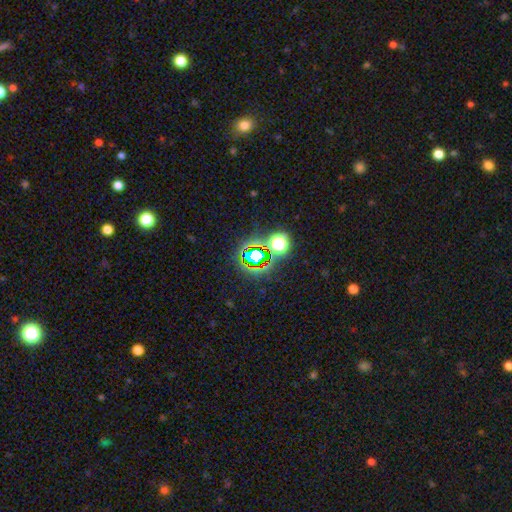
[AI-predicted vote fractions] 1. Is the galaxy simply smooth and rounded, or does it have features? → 70% star or artifact, 20% smooth, 11% featured or disk.